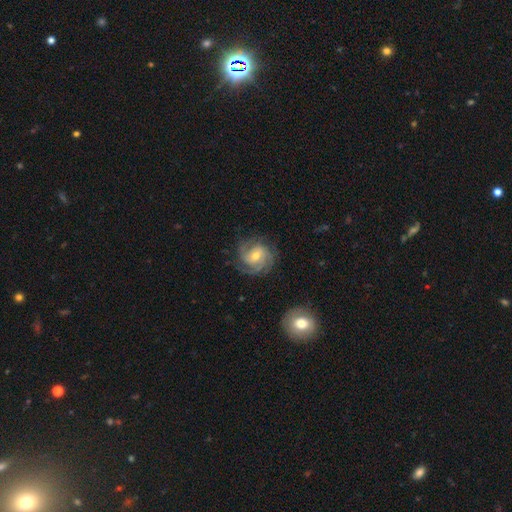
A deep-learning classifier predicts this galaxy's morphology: Smooth or featured: featured or disk — 85% (smooth — 9%)
Edge-on disk: no — 98% (yes — 2%)
Bar: weak — 44% (no — 43%)
Spiral arms: yes — 97% (no — 3%)
Spiral winding: tight — 59% (medium — 33%)
Spiral arm count: 3 — 42% (2 — 20%)
Bulge size: moderate — 54% (small — 42%)
Merging: none — 77% (minor disturbance — 15%)